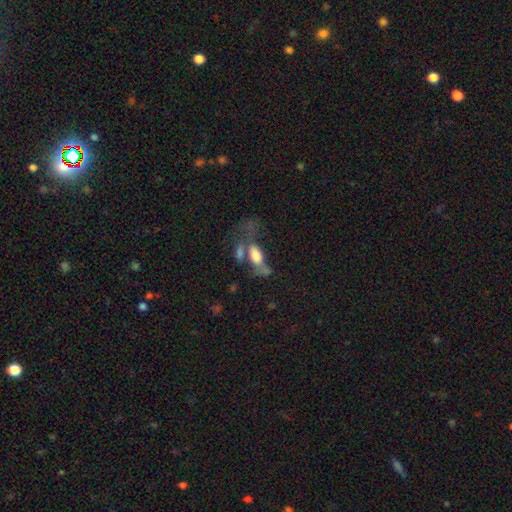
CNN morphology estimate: The model was most divided on "merging": merger: 37%, major disturbance: 28%, none: 21%, minor disturbance: 14%. More confident: how rounded — in between (82%); smooth or featured — smooth (65%).